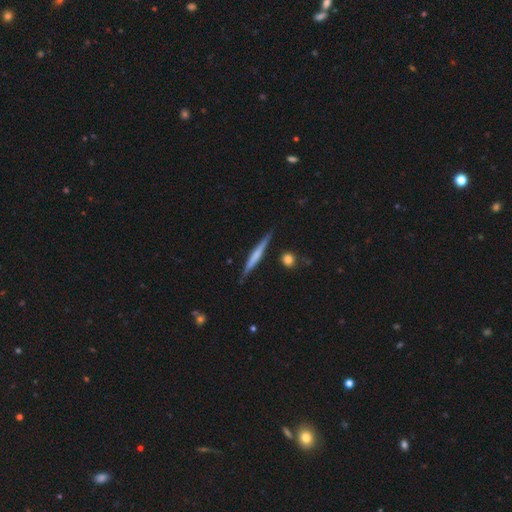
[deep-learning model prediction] The model was most divided on "smooth or featured": featured or disk: 52%, smooth: 42%, star or artifact: 6%. More confident: edge-on disk — yes (97%); merging — none (86%); edge-on bulge — none (61%).